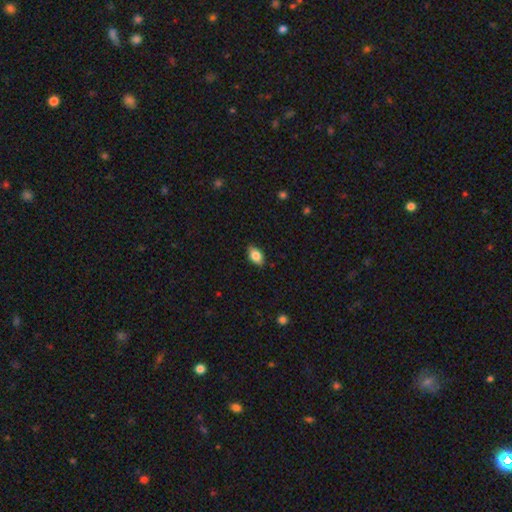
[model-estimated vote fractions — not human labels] smooth-or-featured: smooth: 80% | featured or disk: 12% | star or artifact: 8%
  how-rounded: in between: 87% | round: 9% | cigar-shaped: 4%
  merging: none: 85% | minor disturbance: 12% | major disturbance: 2% | merger: 1%